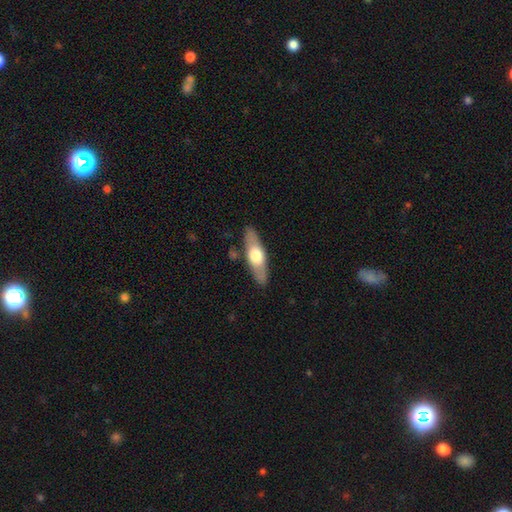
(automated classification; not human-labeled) A smooth galaxy with no disk features (49%). Merging: none (86%).